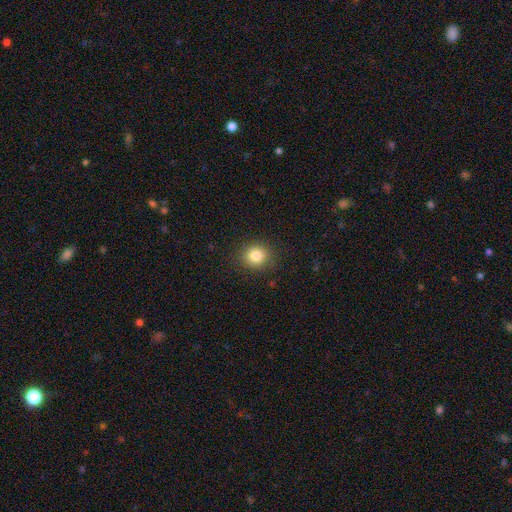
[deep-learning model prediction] Smooth or featured? Predicted: smooth (p=0.83). How rounded? Predicted: round (p=0.83). Merging? Predicted: none (p=0.89).